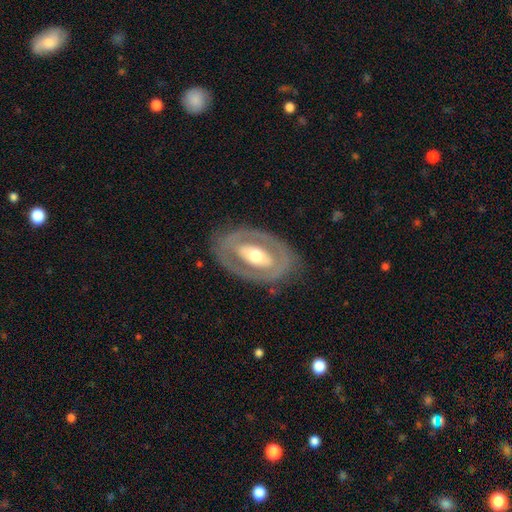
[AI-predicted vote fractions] This appears to be a featured or disk galaxy (69%) with no bar (50%), no spiral arms (76%) and a moderate central bulge (64%). Merging: none (78%).